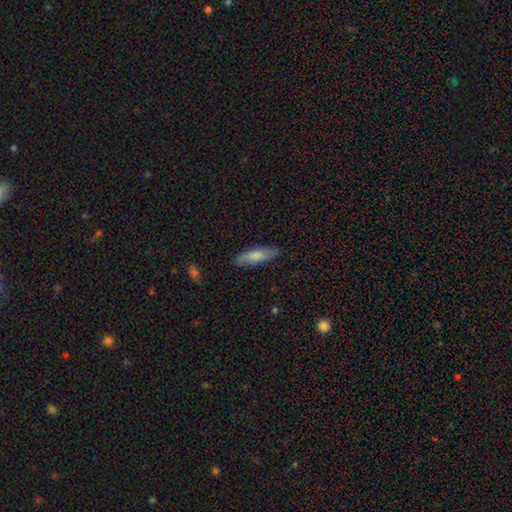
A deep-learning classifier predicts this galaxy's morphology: Smooth or featured? smooth (75%)
How rounded? cigar-shaped (58%)
Merging? none (83%)